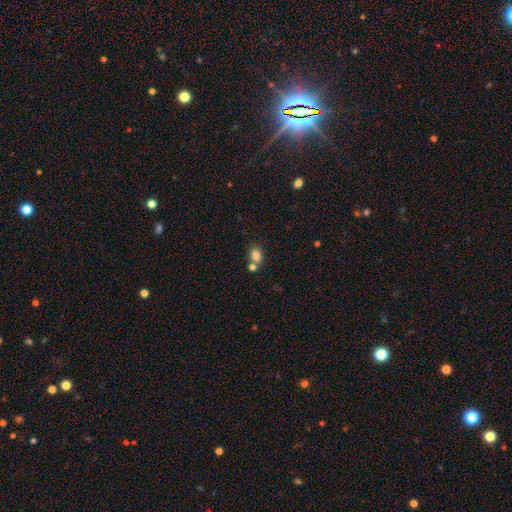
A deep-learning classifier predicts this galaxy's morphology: smooth-or-featured: smooth: 82% | star or artifact: 11% | featured or disk: 7%
  how-rounded: in between: 62% | round: 37% | cigar-shaped: 1%
  merging: none: 57% | merger: 28% | minor disturbance: 11% | major disturbance: 3%